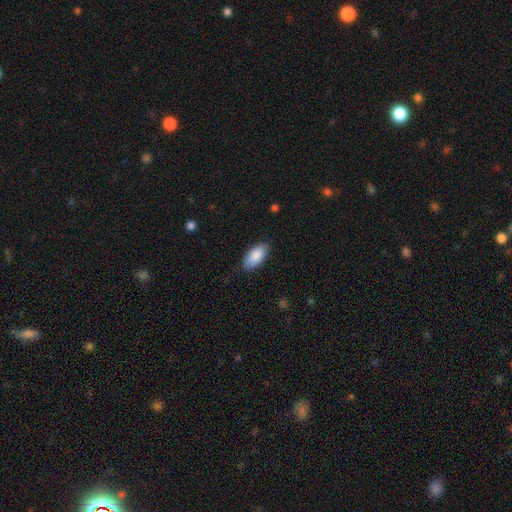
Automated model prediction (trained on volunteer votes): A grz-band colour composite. It shows a smooth galaxy with no disk features (89%) that is in between round and cigar-shaped (92%). Merging: none (85%).